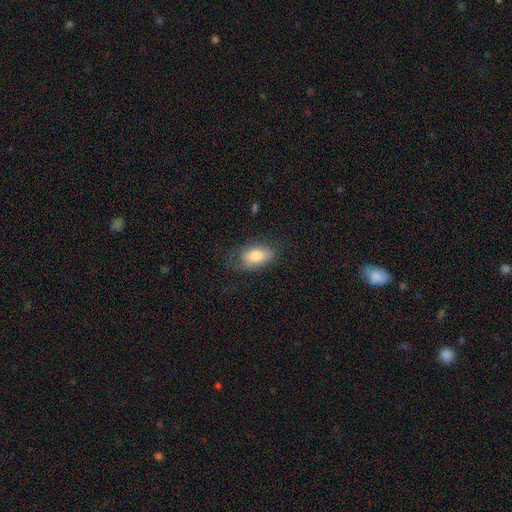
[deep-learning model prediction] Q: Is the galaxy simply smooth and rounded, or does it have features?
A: smooth — 75%.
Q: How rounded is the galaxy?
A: in between — 90%.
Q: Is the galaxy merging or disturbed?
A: none — 62%.